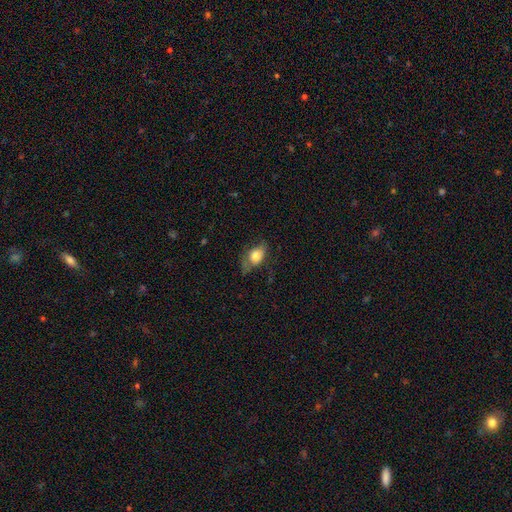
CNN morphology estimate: A smooth galaxy with no disk features (71%) that is in between round and cigar-shaped (80%).

Vote fractions:
- Smooth or featured? smooth: 71% / featured or disk: 21% / star or artifact: 8%
- How rounded? in between: 80% / round: 16% / cigar-shaped: 4%
- Merging? none: 50% / minor disturbance: 31% / major disturbance: 18% / merger: 2%